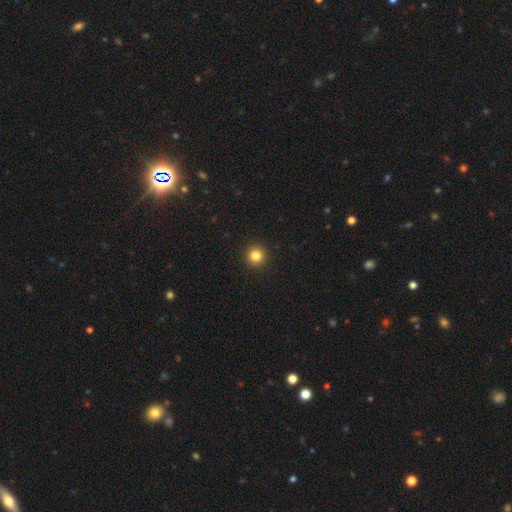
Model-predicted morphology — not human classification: A smooth galaxy with no disk features (83%) that is round (95%). Merging: none (93%).